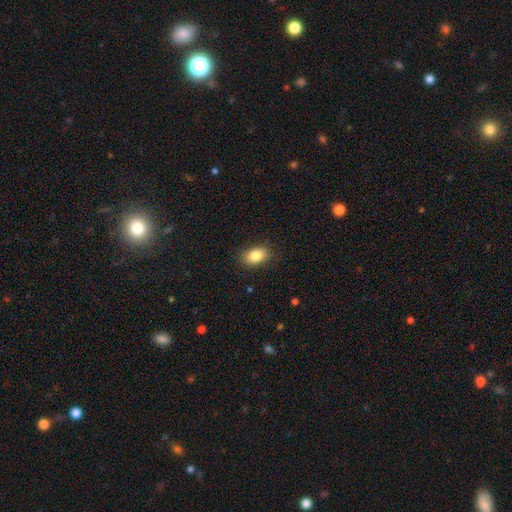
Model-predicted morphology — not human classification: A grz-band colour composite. It shows a smooth galaxy with no disk features (84%) that is in between round and cigar-shaped (85%). Merging: none (87%).